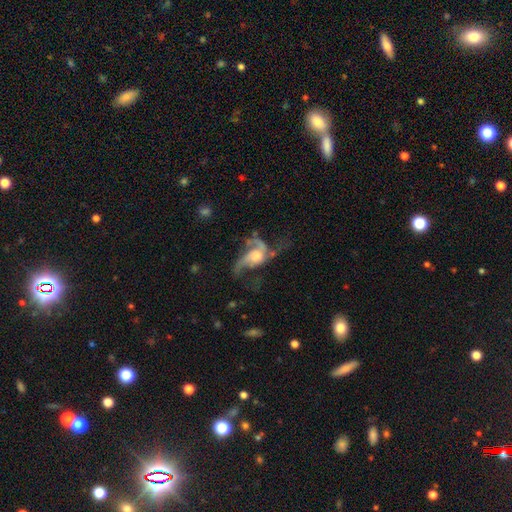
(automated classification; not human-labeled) This is likely a featured or disk galaxy (79%). It is clearly not viewed edge-on (95%). Bar: likely no (68%). Spiral arm pattern: clearly yes (89%). Spiral arm count: marginally 2 (36%). Spiral winding: possibly loose (59%). Central bulge: possibly moderate (58%). Merging: marginally major disturbance (44%).